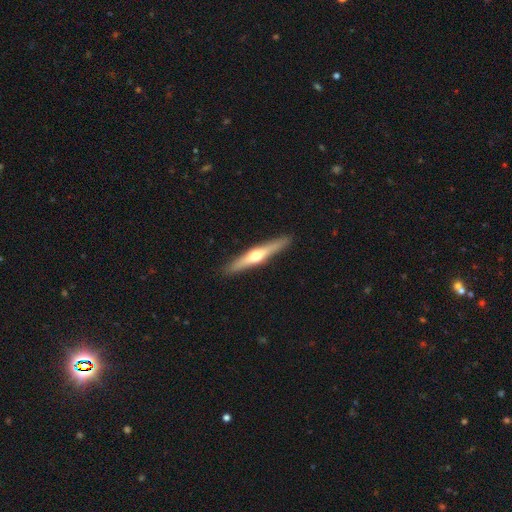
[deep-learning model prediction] featured or disk 64%, smooth 31%, star or artifact 5%. Down the decision tree: edge-on disk — yes (97%); edge-on bulge — rounded (92%); merging — none (91%).